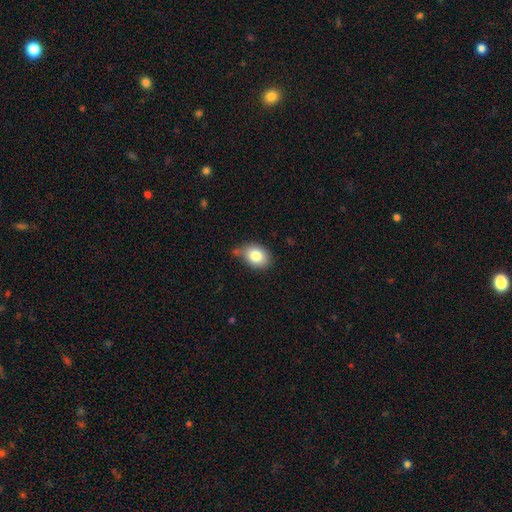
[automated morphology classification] Q: Smooth or featured?
A: smooth (81%); runner-up: featured or disk (10%)
Q: How rounded?
A: in between (66%); runner-up: round (33%)
Q: Merging?
A: none (60%); runner-up: minor disturbance (28%)